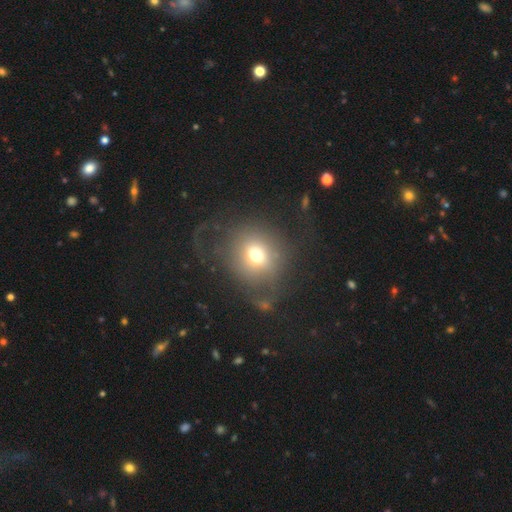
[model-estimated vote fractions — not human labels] This appears to be a smooth galaxy with no disk features (64%) that is round (79%). Merging: none (49%).